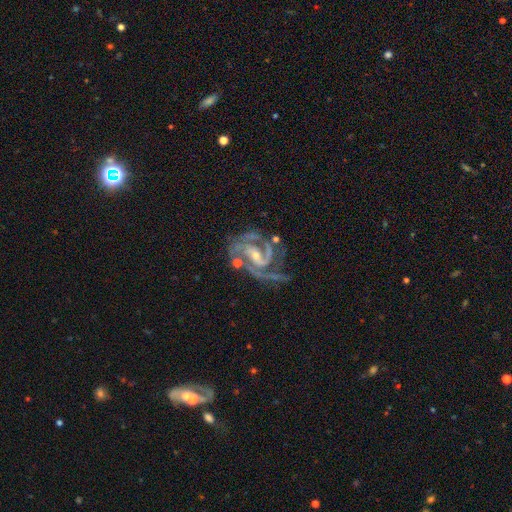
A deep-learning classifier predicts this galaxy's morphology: The model was most divided on "spiral winding": medium: 48%, tight: 44%, loose: 8%. Remaining: spiral arms — yes (98%); edge-on disk — no (98%); smooth or featured — featured or disk (92%); bulge size — small (64%); spiral arm count — 2 (62%); merging — none (53%); bar — weak (42%).